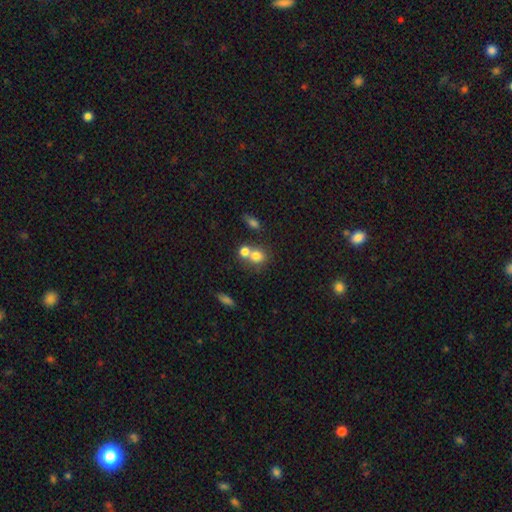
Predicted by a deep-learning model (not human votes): A smooth galaxy with no disk features (75%) that is round (70%). Merging: merger (52%).